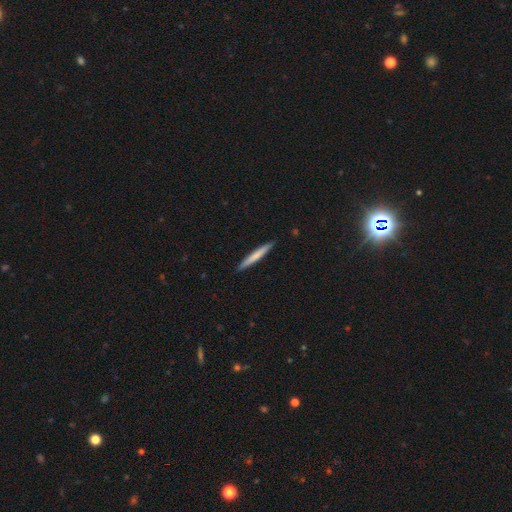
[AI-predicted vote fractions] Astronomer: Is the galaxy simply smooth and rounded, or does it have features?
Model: smooth — 68%.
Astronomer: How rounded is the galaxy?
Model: cigar-shaped — 96%.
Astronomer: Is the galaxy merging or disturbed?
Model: none — 91%.